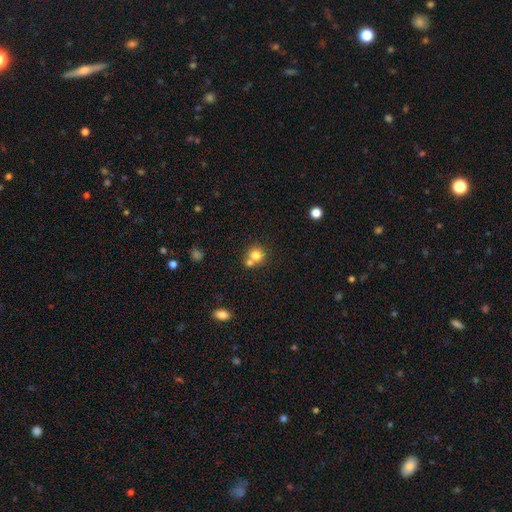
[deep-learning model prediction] A smooth galaxy with no disk features (79%) that is round (89%).

Vote fractions:
- Smooth or featured? smooth: 79% / star or artifact: 11% / featured or disk: 10%
- How rounded? round: 89% / in between: 10% / cigar-shaped: 1%
- Merging? none: 54% / merger: 36% / minor disturbance: 8% / major disturbance: 3%